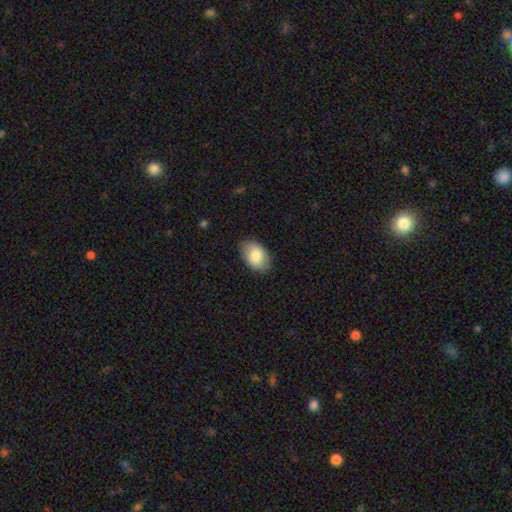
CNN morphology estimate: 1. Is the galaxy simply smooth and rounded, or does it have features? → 80% smooth, 14% featured or disk, 6% star or artifact.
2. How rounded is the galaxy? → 89% in between, 10% round, 1% cigar-shaped.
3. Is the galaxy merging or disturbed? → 83% none, 13% minor disturbance, 3% major disturbance, 1% merger.